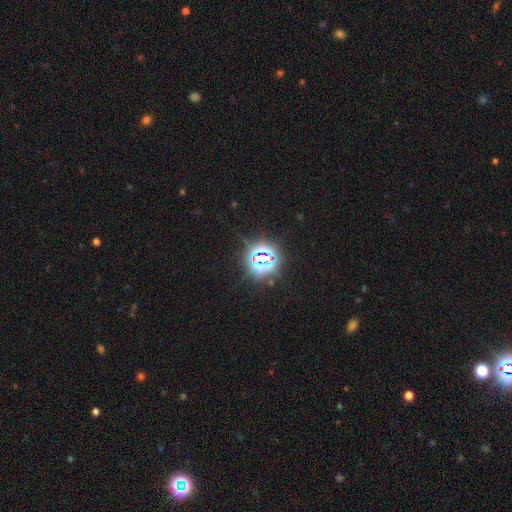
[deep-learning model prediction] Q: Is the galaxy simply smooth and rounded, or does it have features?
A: star or artifact — 76%.